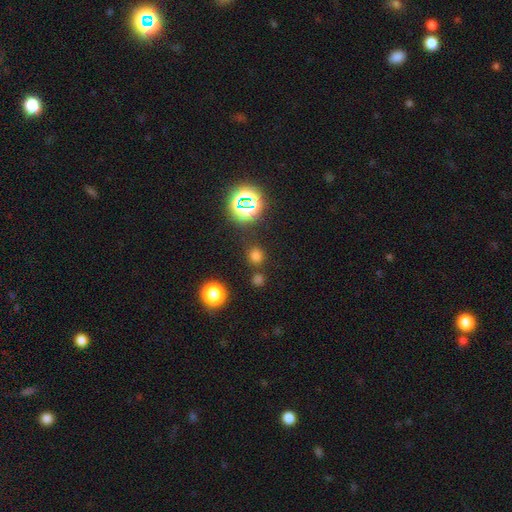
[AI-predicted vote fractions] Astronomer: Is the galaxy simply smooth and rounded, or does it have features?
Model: smooth — 66%.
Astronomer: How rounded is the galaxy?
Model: round — 85%.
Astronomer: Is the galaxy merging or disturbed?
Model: none — 80%.